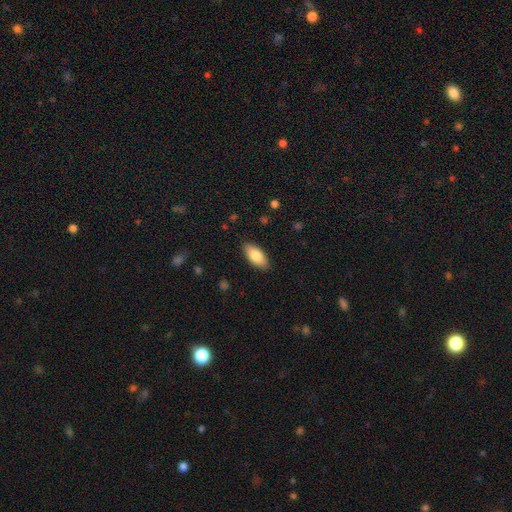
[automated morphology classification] A smooth galaxy with no disk features (83%) that is in between round and cigar-shaped (91%).

Vote fractions:
- Smooth or featured? smooth: 83% / featured or disk: 11% / star or artifact: 6%
- How rounded? in between: 91% / cigar-shaped: 7% / round: 2%
- Merging? none: 88% / minor disturbance: 9% / major disturbance: 2% / merger: 1%